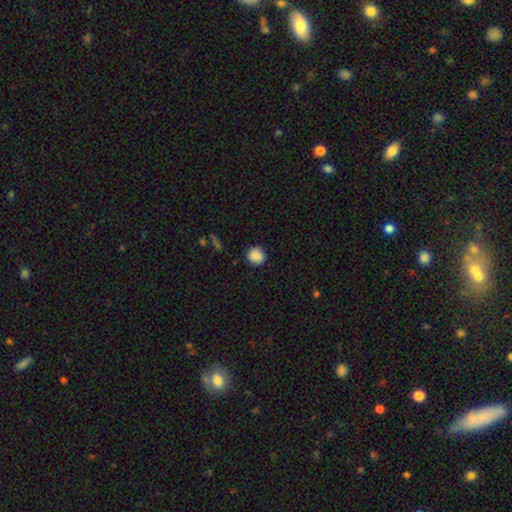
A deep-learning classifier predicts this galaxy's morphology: Smooth or featured?
  - smooth: 88% *
  - star or artifact: 9%
  - featured or disk: 3%
How rounded?
  - round: 92% *
  - in between: 7%
  - cigar-shaped: 1%
Merging?
  - none: 88% *
  - minor disturbance: 8%
  - major disturbance: 2%
  - merger: 1%